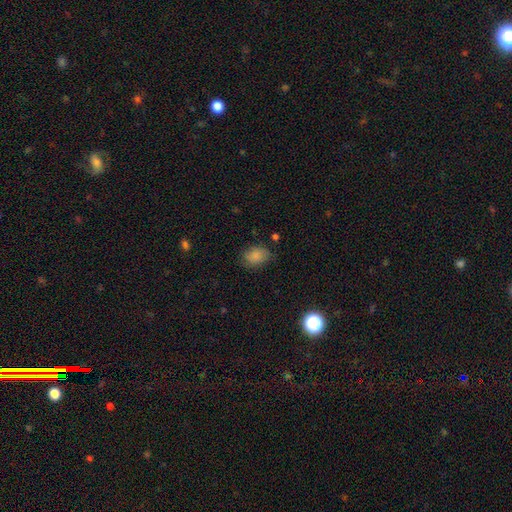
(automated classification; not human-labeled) Morphology: type=smooth (84%); roundness=in between (71%); merging=none (73%).